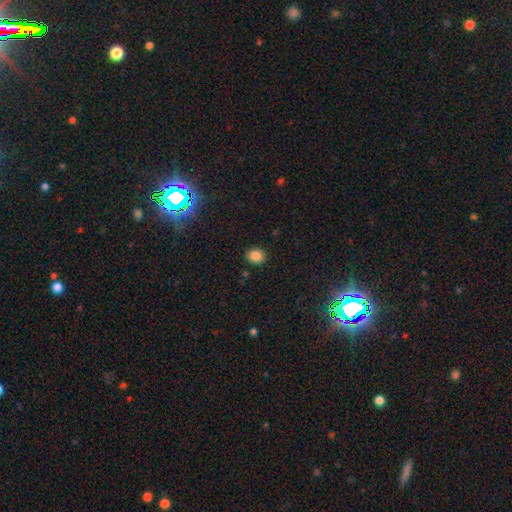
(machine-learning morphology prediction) The model was most divided on "how rounded": round: 65%, in between: 34%, cigar-shaped: 1%. More confident: merging — none (89%); smooth or featured — smooth (84%).